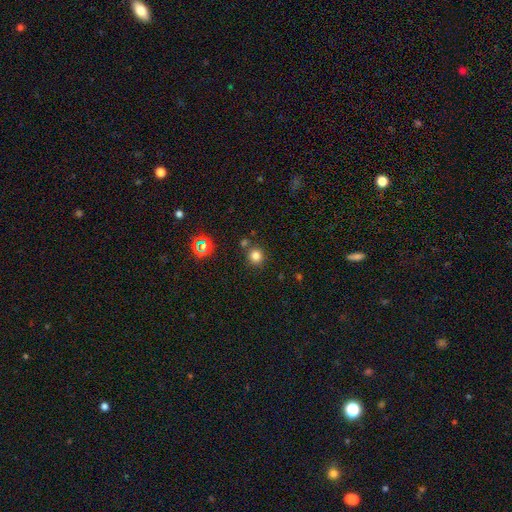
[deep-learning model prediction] Smooth or featured? smooth (79%)
How rounded? round (91%)
Merging? none (80%)